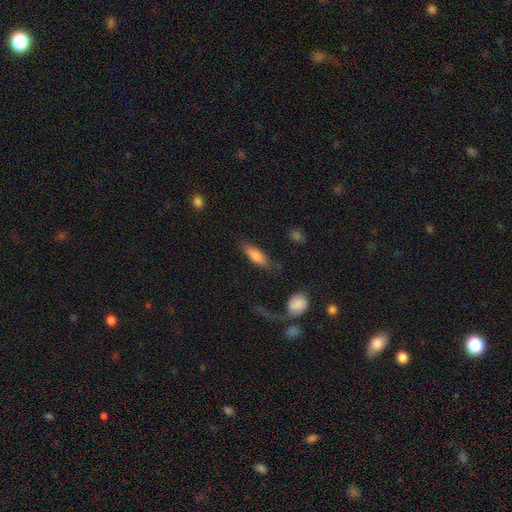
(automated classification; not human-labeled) Smooth or featured?
  - smooth: 75% *
  - featured or disk: 18%
  - star or artifact: 6%
How rounded?
  - in between: 57% *
  - cigar-shaped: 40%
  - round: 3%
Merging?
  - none: 72% *
  - minor disturbance: 16%
  - major disturbance: 7%
  - merger: 6%